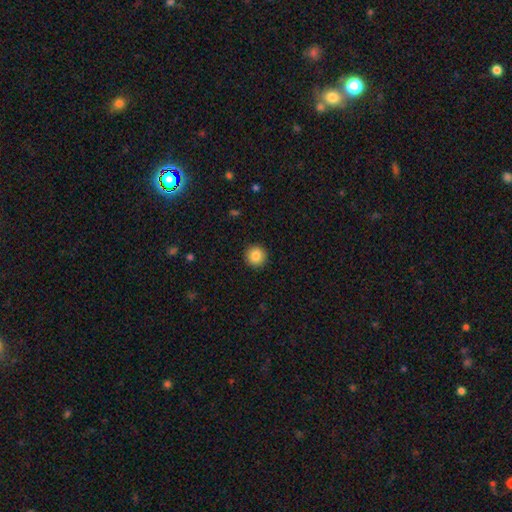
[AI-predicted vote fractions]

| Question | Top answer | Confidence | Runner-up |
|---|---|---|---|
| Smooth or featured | smooth | 85% | star or artifact (9%) |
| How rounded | round | 95% | in between (4%) |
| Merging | none | 93% | minor disturbance (5%) |